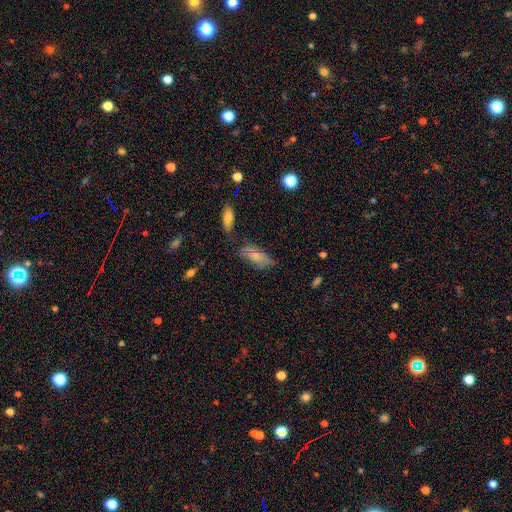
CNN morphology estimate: type=smooth (72%); roundness=in between (84%); merging=none (65%).